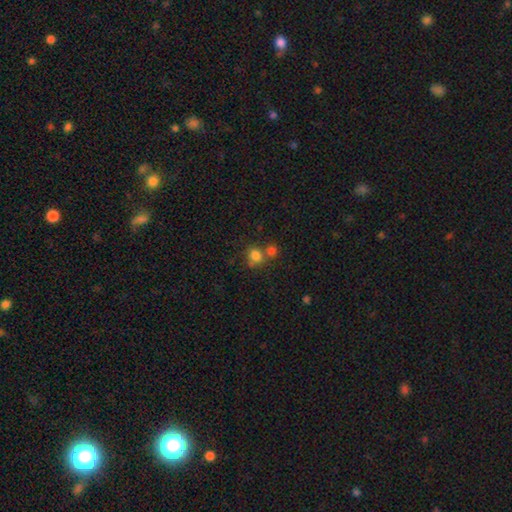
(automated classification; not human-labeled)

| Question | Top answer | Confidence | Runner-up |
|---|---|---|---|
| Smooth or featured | smooth | 78% | star or artifact (13%) |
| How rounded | round | 72% | in between (27%) |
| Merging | none | 48% | merger (36%) |